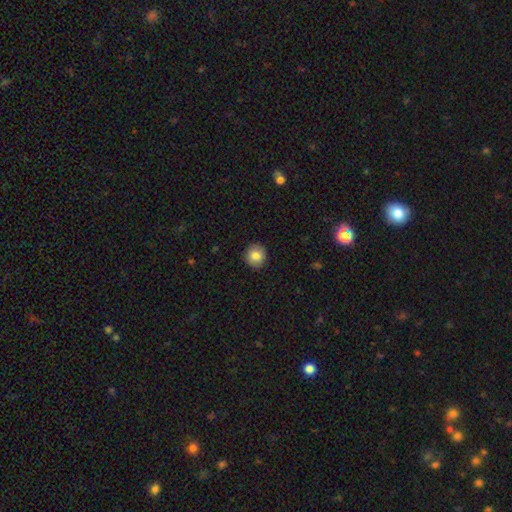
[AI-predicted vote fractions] smooth 84%, star or artifact 9%, featured or disk 7%. Down the decision tree: how rounded — round (92%); merging — none (92%).